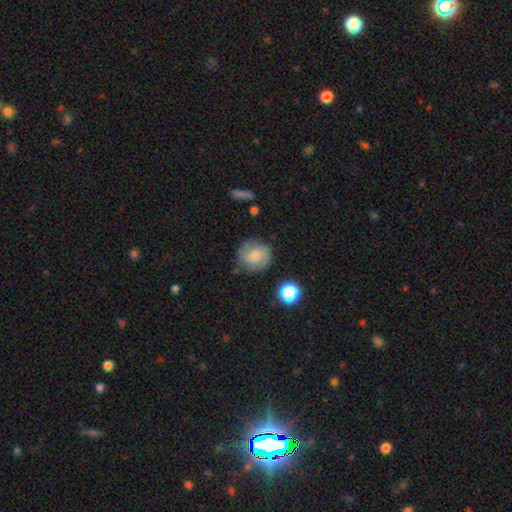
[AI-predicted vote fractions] Smooth or featured? Predicted: smooth (p=0.55). How rounded? Predicted: round (p=0.86). Merging? Predicted: none (p=0.72).